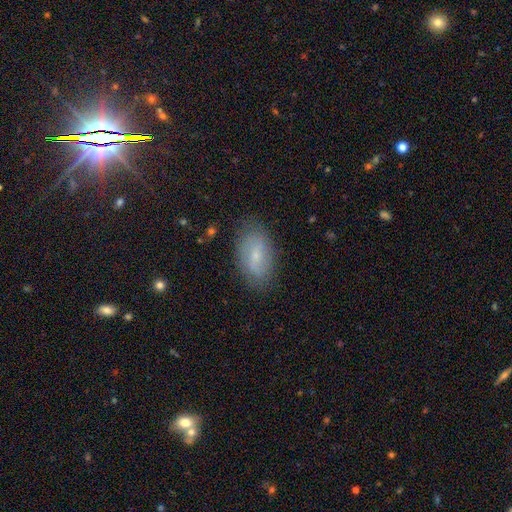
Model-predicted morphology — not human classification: Overall: smooth (48%; featured or disk 43%). Merging: none (80%).